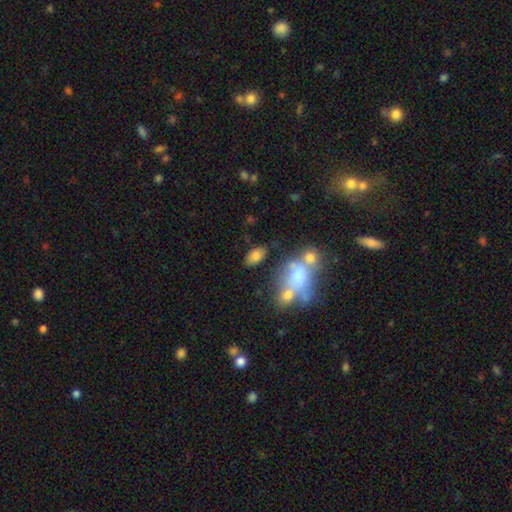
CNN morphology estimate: A smooth galaxy with no disk features (78%) that is in between round and cigar-shaped (91%). Merging: none (69%).